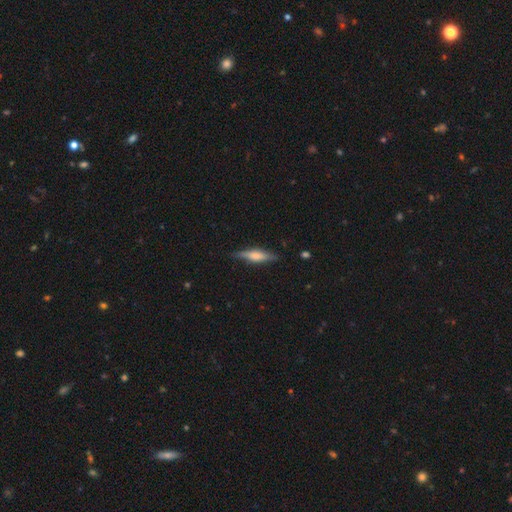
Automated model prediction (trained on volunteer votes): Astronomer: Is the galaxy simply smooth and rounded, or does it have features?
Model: featured or disk — 48% (runner-up: smooth, 46%).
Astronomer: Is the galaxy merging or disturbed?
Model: none — 81%.